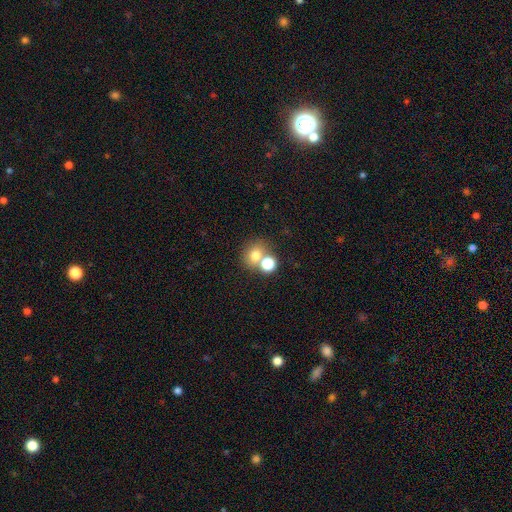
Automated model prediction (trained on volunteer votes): The model was most divided on "merging": none: 50%, merger: 38%, minor disturbance: 8%, major disturbance: 4%. More confident: how rounded — round (73%); smooth or featured — smooth (73%).